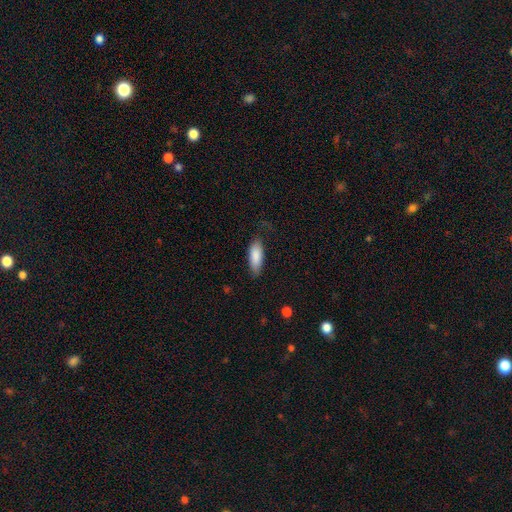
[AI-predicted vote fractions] This appears to be a smooth galaxy with no disk features (86%) that is in between round and cigar-shaped (73%). Merging: none (70%).